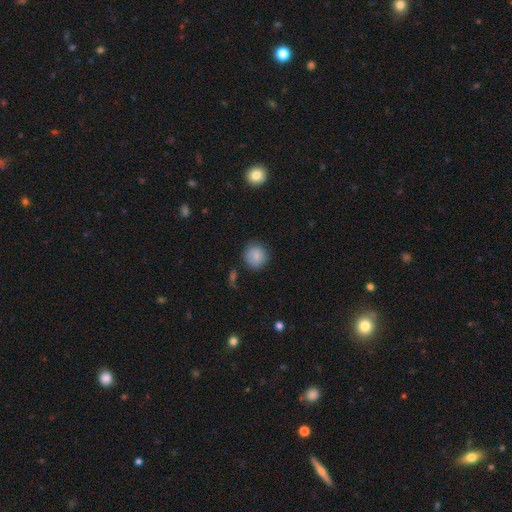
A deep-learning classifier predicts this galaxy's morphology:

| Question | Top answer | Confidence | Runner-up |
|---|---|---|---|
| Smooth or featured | smooth | 83% | featured or disk (8%) |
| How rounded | round | 89% | in between (10%) |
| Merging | none | 79% | minor disturbance (15%) |